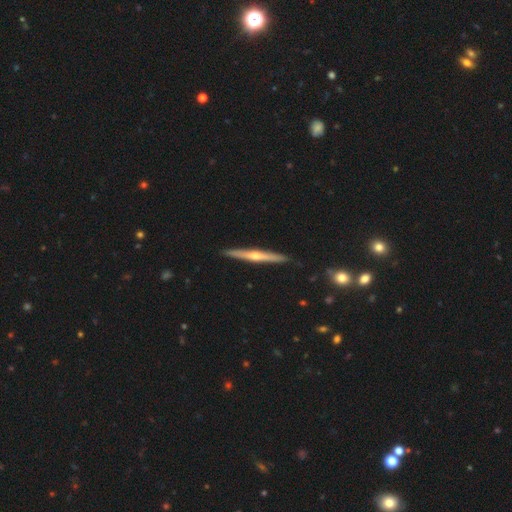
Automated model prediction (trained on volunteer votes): This appears to be a featured or disk galaxy (73%) viewed edge-on (97%) with a rounded central bulge (83%). Merging: none (91%).